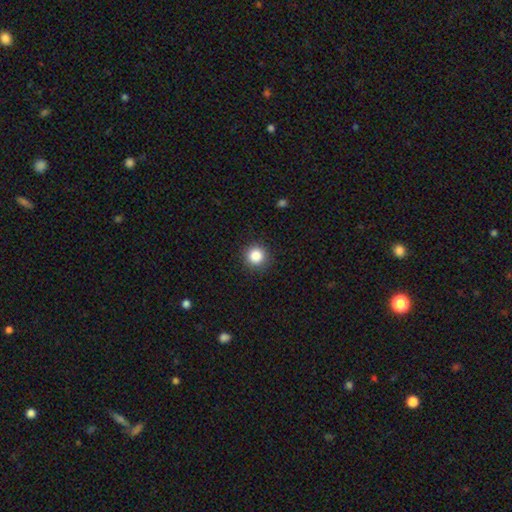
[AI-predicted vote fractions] smooth 86%, star or artifact 10%, featured or disk 4%. Down the decision tree: how rounded — round (95%); merging — none (91%).